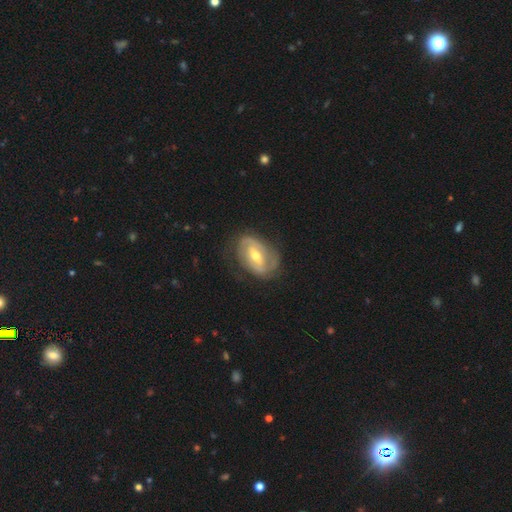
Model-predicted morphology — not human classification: A featured or disk galaxy (77%) with a weak bar (43%), 2 (65%) tight (48%) spiral arms (79%) and a moderate central bulge (69%). Merging: none (69%).